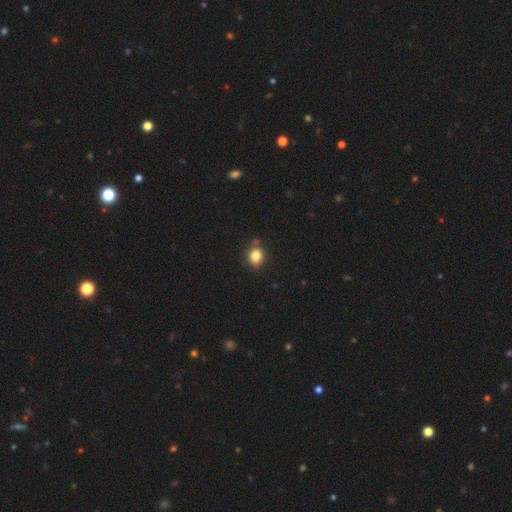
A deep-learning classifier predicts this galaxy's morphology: smooth-or-featured: smooth: 82% | star or artifact: 11% | featured or disk: 7%
  how-rounded: round: 57% | in between: 42% | cigar-shaped: 1%
  merging: none: 76% | minor disturbance: 15% | merger: 6% | major disturbance: 3%